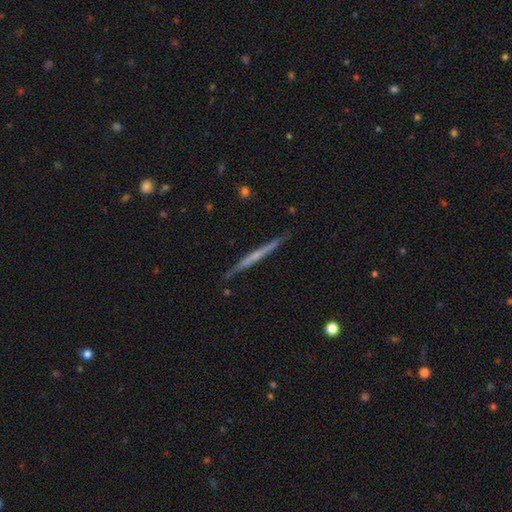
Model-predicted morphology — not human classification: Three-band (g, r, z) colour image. It shows a featured or disk galaxy (60%) viewed edge-on (97%) with no central bulge (76%). Merging: none (87%).